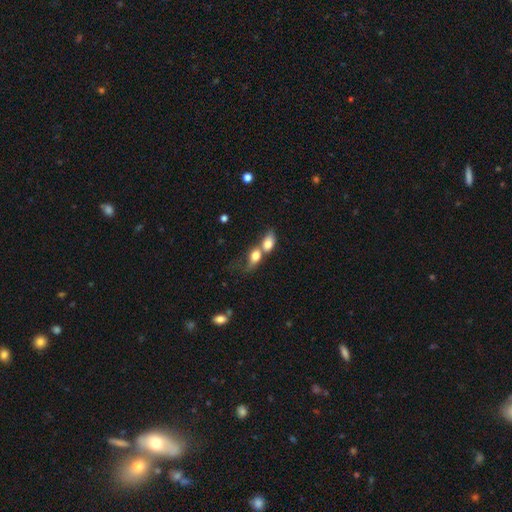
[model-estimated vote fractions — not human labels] Smooth or featured? smooth (73%)
How rounded? in between (69%)
Merging? merger (77%)